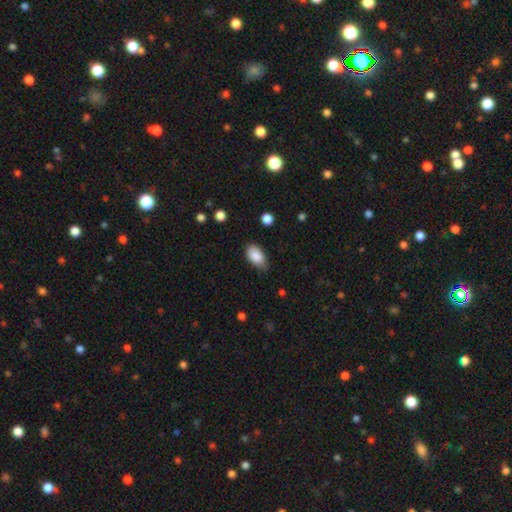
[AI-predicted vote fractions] A smooth galaxy with no disk features (88%) that is in between round and cigar-shaped (93%).

Vote fractions:
- Smooth or featured? smooth: 88% / star or artifact: 7% / featured or disk: 5%
- How rounded? in between: 93% / round: 4% / cigar-shaped: 3%
- Merging? none: 72% / minor disturbance: 23% / major disturbance: 4% / merger: 1%